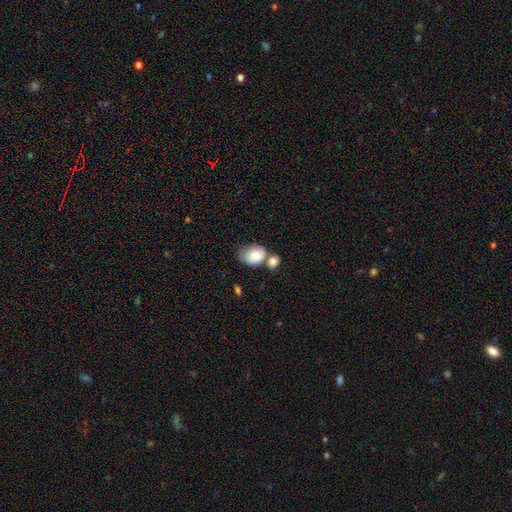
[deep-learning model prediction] Overall: smooth (79%). How rounded: in between (69%; round 30%). Merging: merger (41%; none 33%).